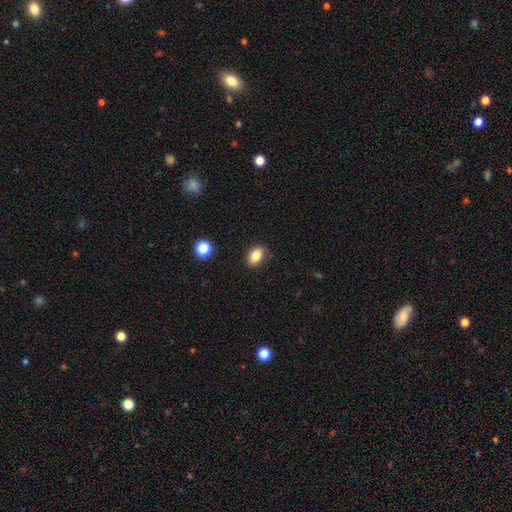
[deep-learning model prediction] Smooth or featured?
  - smooth: 83% *
  - star or artifact: 10%
  - featured or disk: 8%
How rounded?
  - in between: 80% *
  - round: 18%
  - cigar-shaped: 2%
Merging?
  - none: 87% *
  - minor disturbance: 10%
  - major disturbance: 2%
  - merger: 2%